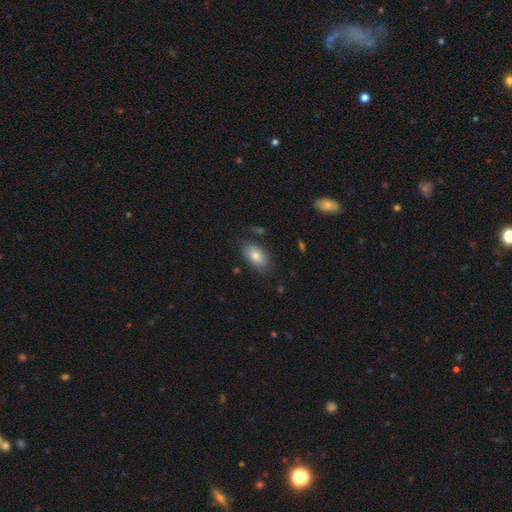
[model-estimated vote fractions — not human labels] Morphology: type=smooth (79%); roundness=in between (92%); merging=none (83%).